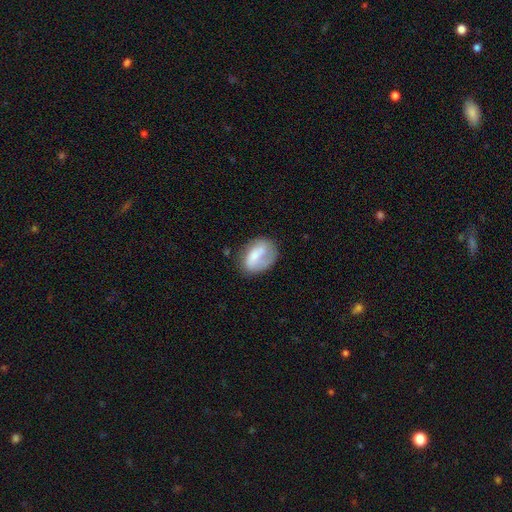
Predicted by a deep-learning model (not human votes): Smooth or featured? smooth (54%)
How rounded? in between (74%)
Merging? none (55%)